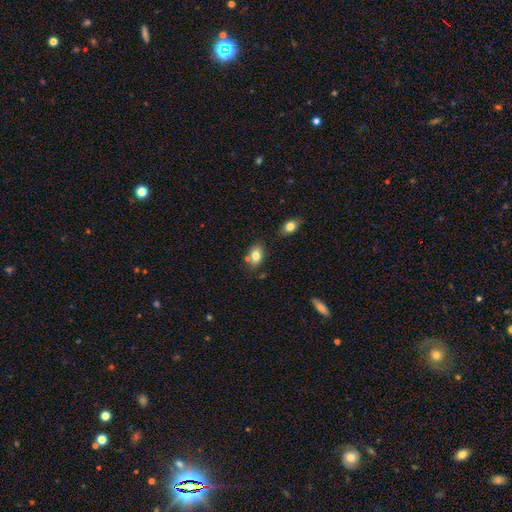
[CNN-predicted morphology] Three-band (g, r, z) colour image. It shows a smooth galaxy with no disk features (79%) that is in between round and cigar-shaped (78%). Merging: none (68%).